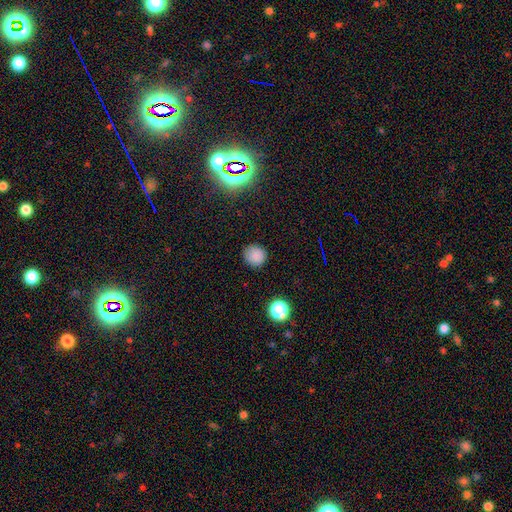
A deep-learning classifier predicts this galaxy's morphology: A smooth galaxy with no disk features (83%) that is round (89%).

Vote fractions:
- Smooth or featured? smooth: 83% / star or artifact: 13% / featured or disk: 4%
- How rounded? round: 89% / in between: 10% / cigar-shaped: 1%
- Merging? none: 87% / minor disturbance: 9% / major disturbance: 3% / merger: 1%